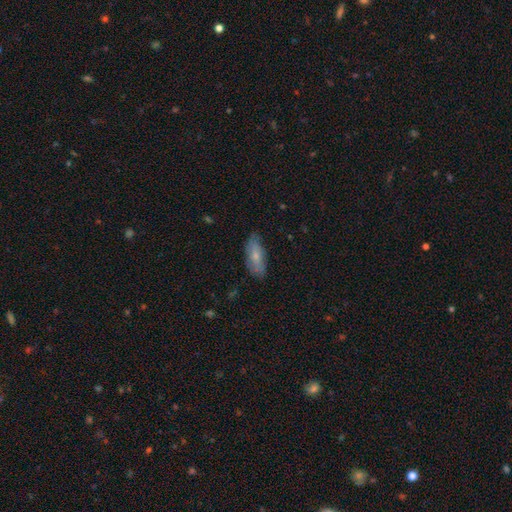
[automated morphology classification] This appears to be a smooth galaxy with no disk features (67%) that is in between round and cigar-shaped (75%). Merging: none (77%).